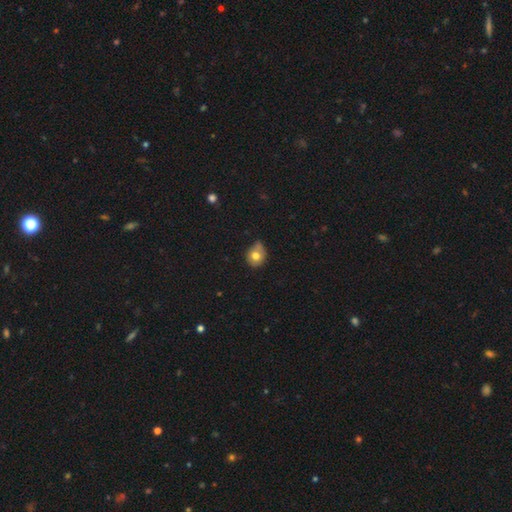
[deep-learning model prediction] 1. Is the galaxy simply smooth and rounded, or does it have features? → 75% smooth, 14% featured or disk, 10% star or artifact.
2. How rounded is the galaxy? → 62% round, 37% in between, 1% cigar-shaped.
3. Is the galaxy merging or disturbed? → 50% none, 34% minor disturbance, 8% merger, 7% major disturbance.